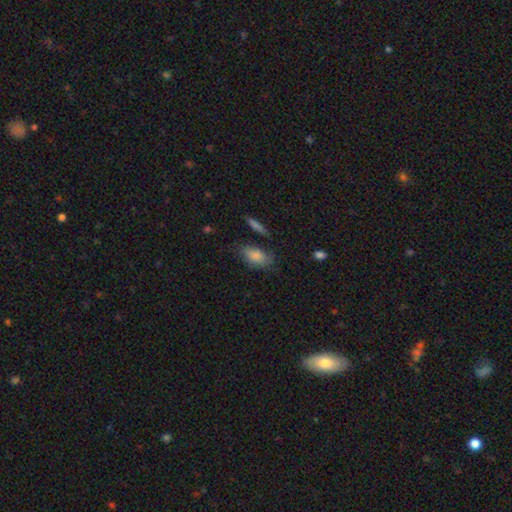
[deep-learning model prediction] Smooth or featured?
  - smooth: 82% *
  - featured or disk: 10%
  - star or artifact: 8%
How rounded?
  - in between: 88% *
  - round: 6%
  - cigar-shaped: 6%
Merging?
  - none: 64% *
  - minor disturbance: 23%
  - major disturbance: 8%
  - merger: 5%